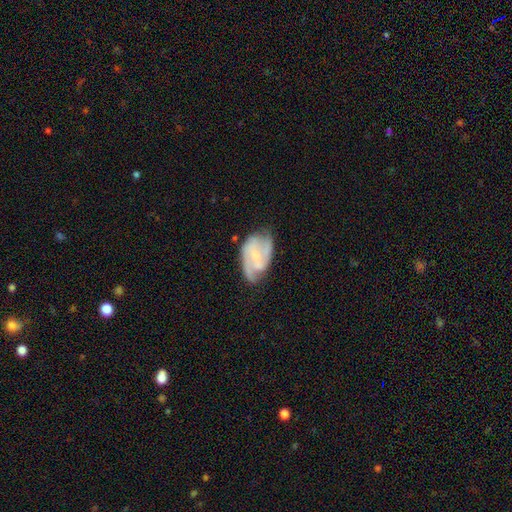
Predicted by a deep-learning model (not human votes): This is likely a featured or disk galaxy (77%). It is clearly not viewed edge-on (97%). Bar: marginally weak (45%). Spiral arm pattern: clearly yes (92%). Spiral arm count: likely 2 (65%). Spiral winding: possibly medium (49%). Central bulge: likely small (61%). Merging: likely none (60%).